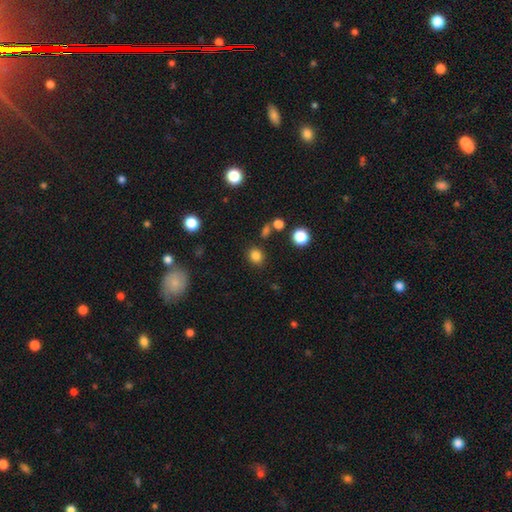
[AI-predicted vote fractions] smooth 82%, star or artifact 13%, featured or disk 5%. Down the decision tree: how rounded — round (72%); merging — none (84%).